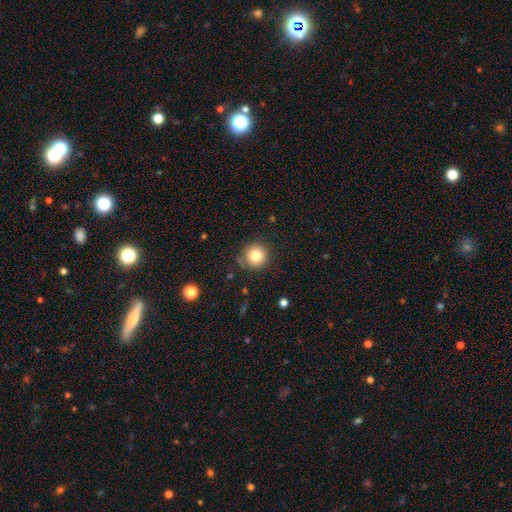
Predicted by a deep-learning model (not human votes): Overall: smooth (80%). How rounded: round (94%). Merging: none (82%).